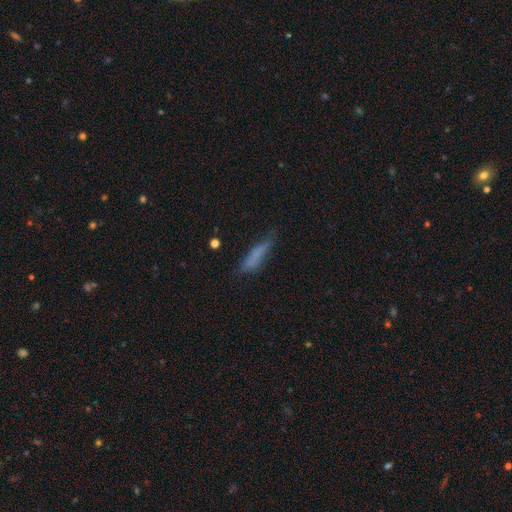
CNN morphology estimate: Overall: smooth (71%). How rounded: cigar-shaped (77%). Merging: none (56%; minor disturbance 30%).